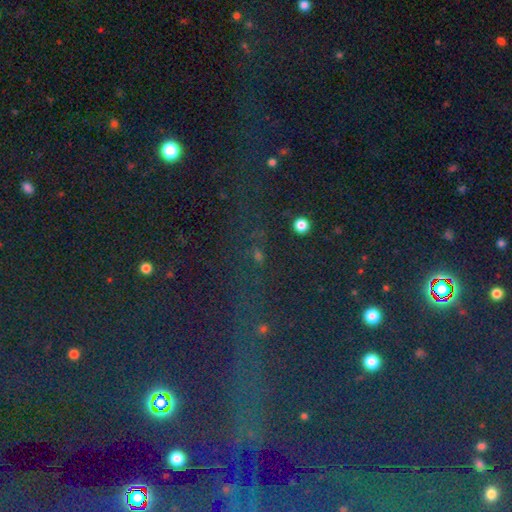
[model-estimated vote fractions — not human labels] Overall: star or artifact (69%).